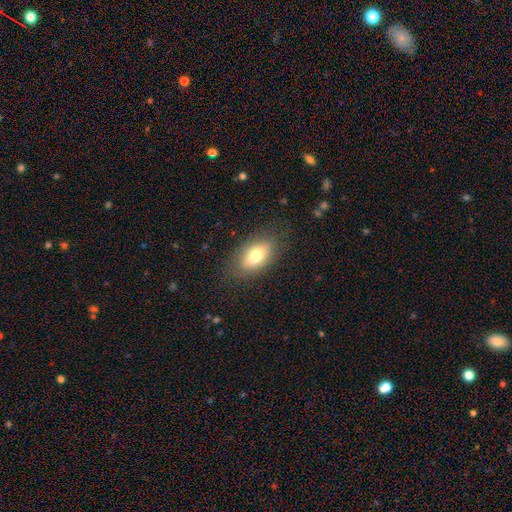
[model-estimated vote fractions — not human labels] This appears to be a smooth galaxy with no disk features (73%) that is in between round and cigar-shaped (89%). Merging: none (81%).